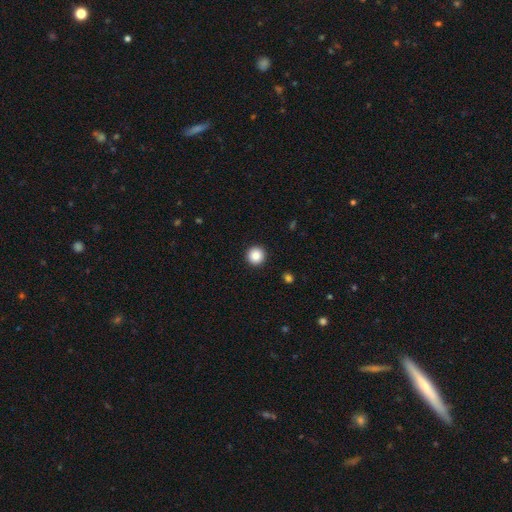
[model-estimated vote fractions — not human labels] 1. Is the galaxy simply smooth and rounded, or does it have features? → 86% smooth, 10% star or artifact, 4% featured or disk.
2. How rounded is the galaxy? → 96% round, 3% in between, 1% cigar-shaped.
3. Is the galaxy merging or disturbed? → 93% none, 4% minor disturbance, 2% major disturbance, 1% merger.